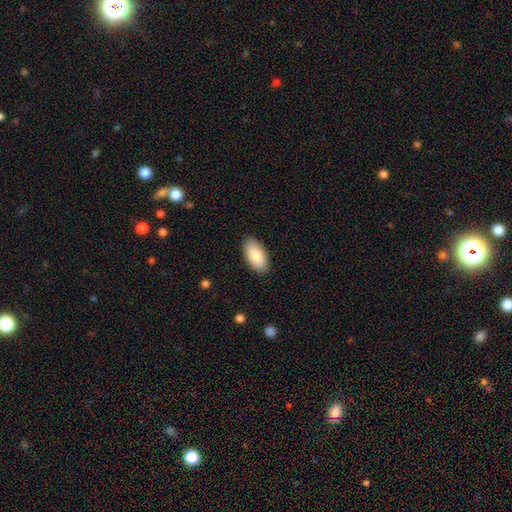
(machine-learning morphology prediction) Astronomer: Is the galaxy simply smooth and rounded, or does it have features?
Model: smooth — 84%.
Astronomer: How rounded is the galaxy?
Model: in between — 95%.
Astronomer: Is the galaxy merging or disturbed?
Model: none — 88%.